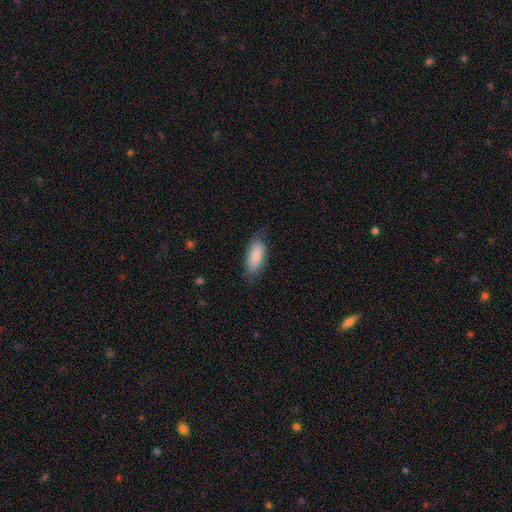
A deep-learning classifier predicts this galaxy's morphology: Overall: smooth (77%). How rounded: in between (85%). Merging: none (72%).